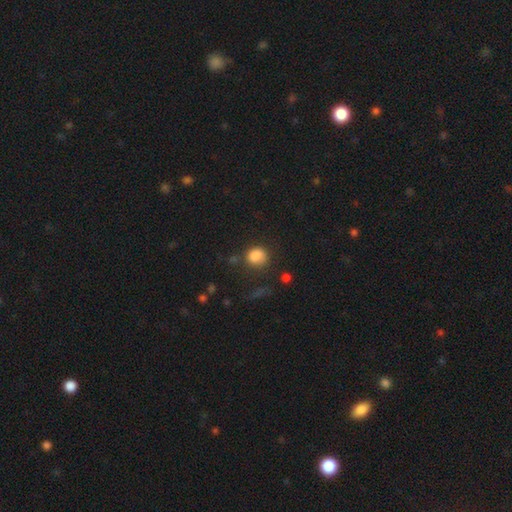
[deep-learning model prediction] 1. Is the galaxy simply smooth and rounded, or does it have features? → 85% smooth, 11% star or artifact, 4% featured or disk.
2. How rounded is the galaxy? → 71% round, 28% in between, 1% cigar-shaped.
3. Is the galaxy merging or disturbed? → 66% none, 20% minor disturbance, 9% major disturbance, 5% merger.